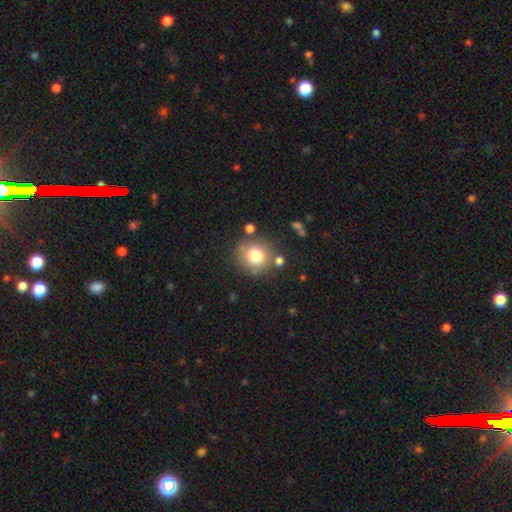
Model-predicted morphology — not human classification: Smooth or featured?
  - smooth: 77% *
  - star or artifact: 12%
  - featured or disk: 11%
How rounded?
  - round: 89% *
  - in between: 10%
  - cigar-shaped: 1%
Merging?
  - none: 77% *
  - minor disturbance: 11%
  - merger: 8%
  - major disturbance: 4%